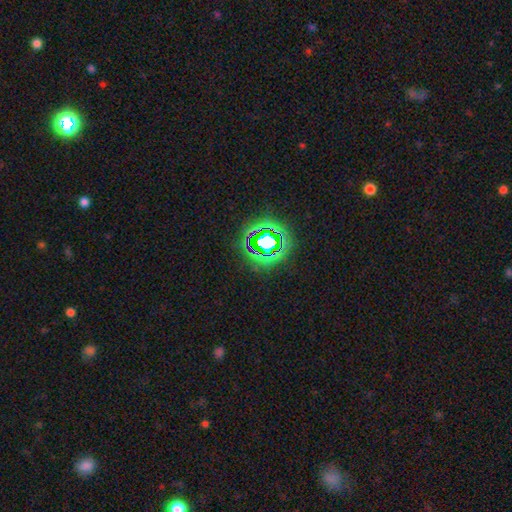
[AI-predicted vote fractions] smooth_or_featured: star or artifact (p=0.78) [alt: smooth p=0.16]